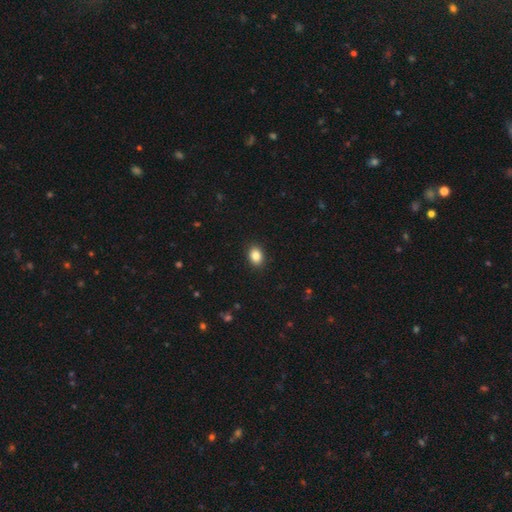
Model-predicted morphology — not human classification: A smooth galaxy with no disk features (86%) that is in between round and cigar-shaped (69%). Merging: none (90%).